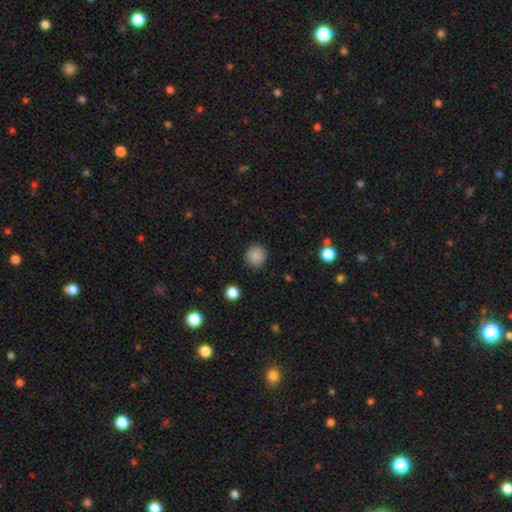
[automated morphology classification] Smooth or featured? Predicted: smooth (p=0.87). How rounded? Predicted: round (p=0.92). Merging? Predicted: none (p=0.89).